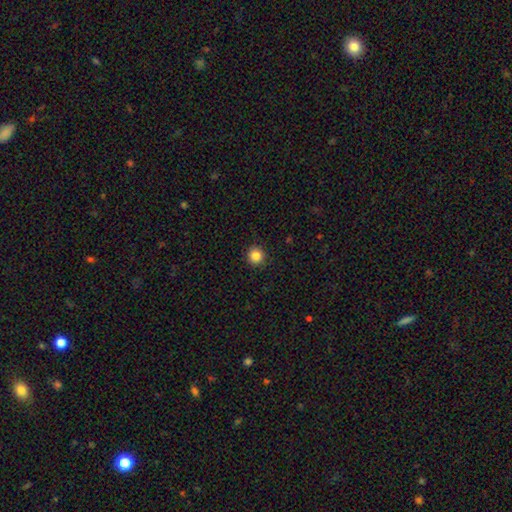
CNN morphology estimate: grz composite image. It shows a smooth galaxy with no disk features (85%) that is round (94%). Merging: none (92%).